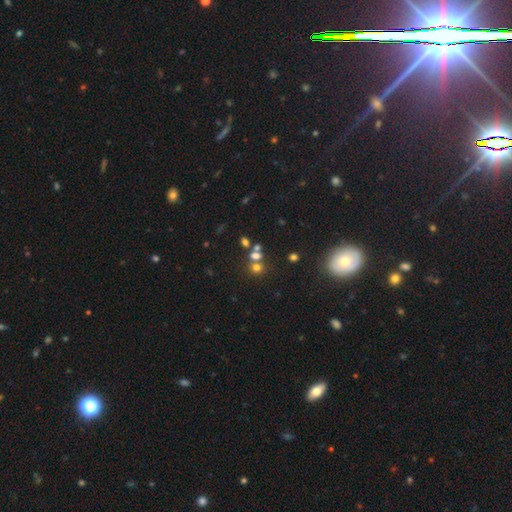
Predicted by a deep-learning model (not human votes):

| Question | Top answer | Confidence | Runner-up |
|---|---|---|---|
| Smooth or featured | smooth | 60% | star or artifact (28%) |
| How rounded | round | 69% | in between (29%) |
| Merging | none | 50% | merger (37%) |